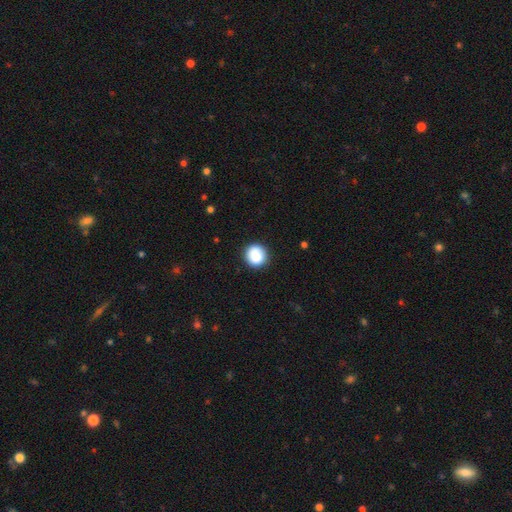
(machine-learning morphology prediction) A smooth galaxy with no disk features (86%) that is round (94%). Merging: none (88%).